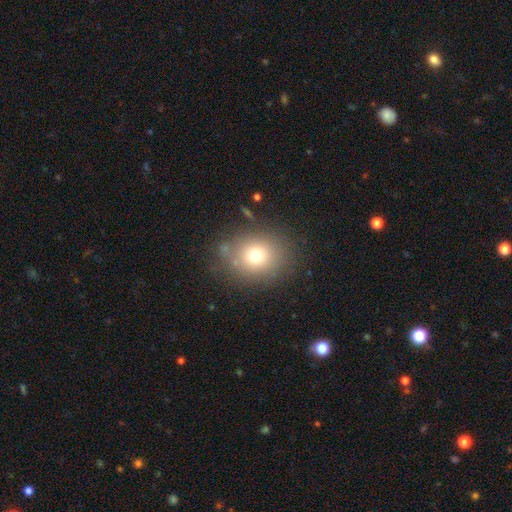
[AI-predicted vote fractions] Overall: smooth (71%). How rounded: round (69%; in between 30%). Merging: none (79%).